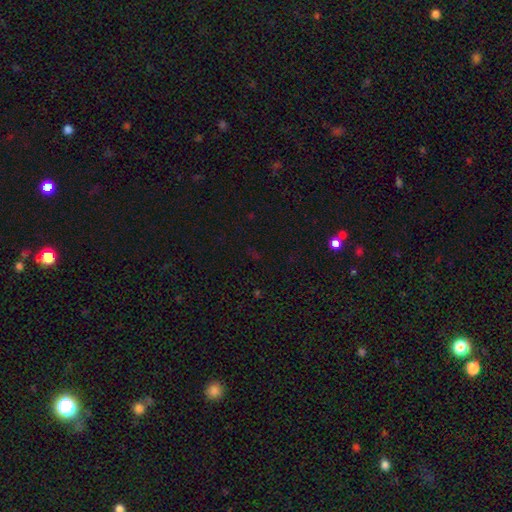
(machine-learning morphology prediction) smooth_or_featured: star or artifact (p=0.69) [alt: smooth p=0.23]